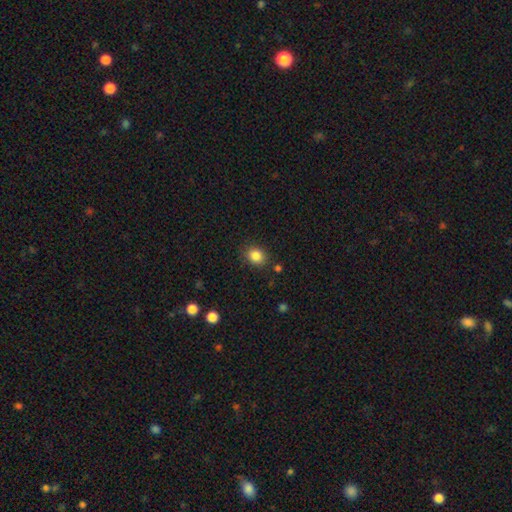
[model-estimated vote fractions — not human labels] Smooth or featured?
  - smooth: 85% *
  - star or artifact: 10%
  - featured or disk: 5%
How rounded?
  - round: 66% *
  - in between: 33%
  - cigar-shaped: 1%
Merging?
  - none: 85% *
  - minor disturbance: 9%
  - major disturbance: 3%
  - merger: 2%